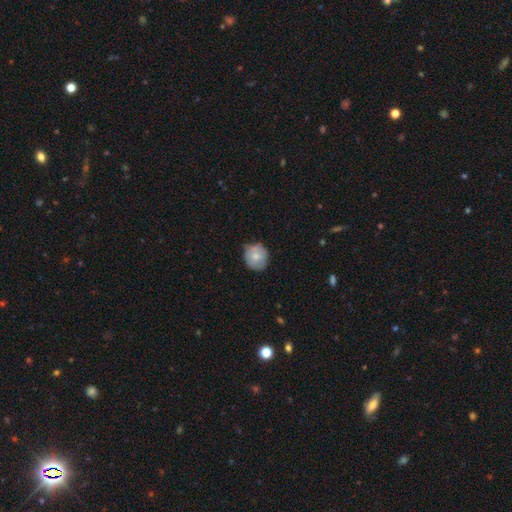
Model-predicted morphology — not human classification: Overall: smooth (71%). How rounded: round (81%). Merging: none (69%).